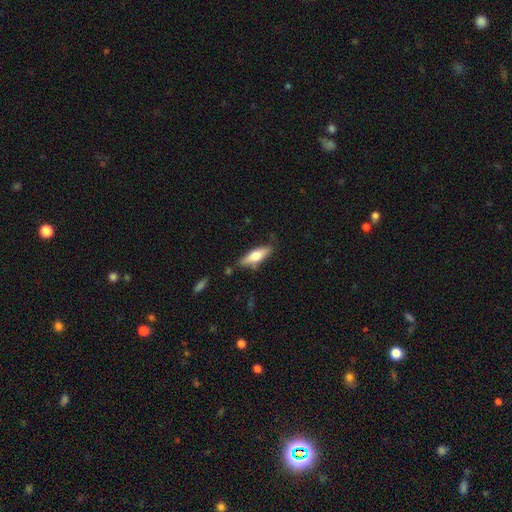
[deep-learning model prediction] This is possibly a smooth galaxy (59%). How rounded: possibly cigar-shaped (52%). Merging: likely none (75%).